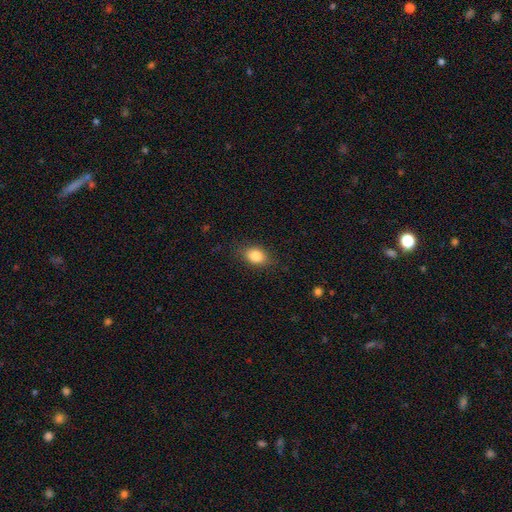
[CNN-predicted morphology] The model was most divided on "how rounded": in between: 72%, round: 26%, cigar-shaped: 2%. More confident: smooth or featured — smooth (83%); merging — none (83%).